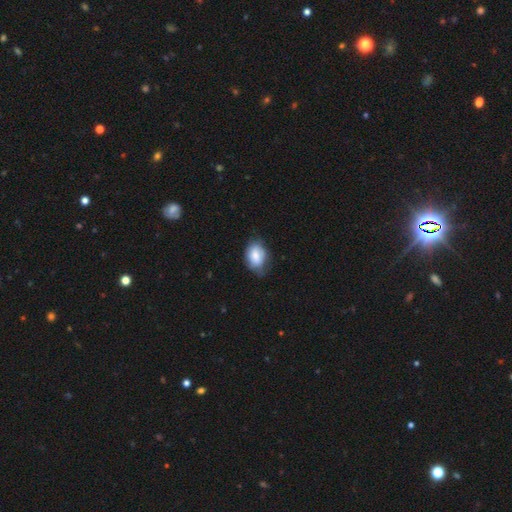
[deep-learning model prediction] A smooth galaxy with no disk features (79%) that is in between round and cigar-shaped (78%). Merging: none (58%).